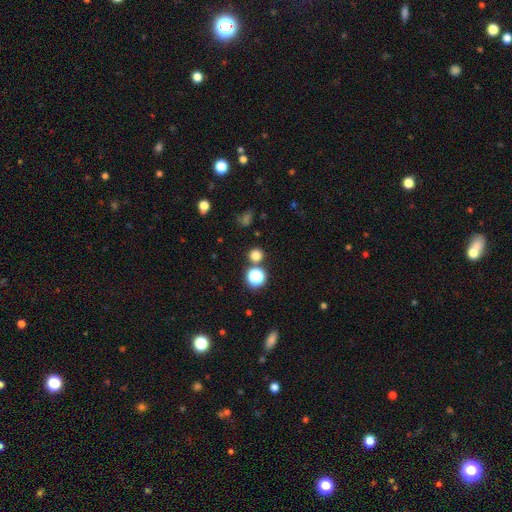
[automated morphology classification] Smooth or featured? Predicted: smooth (p=0.71). How rounded? Predicted: round (p=0.91). Merging? Predicted: none (p=0.80).